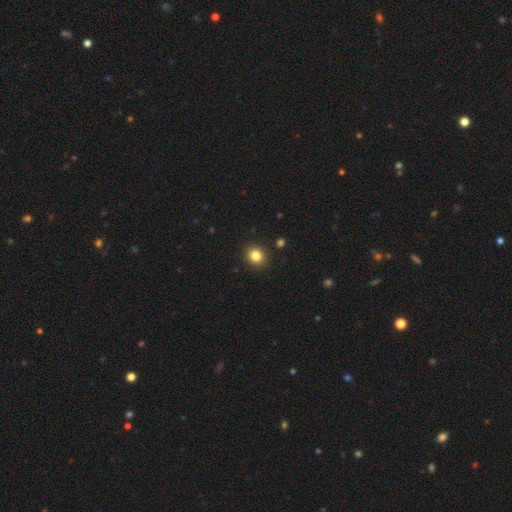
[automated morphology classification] Smooth or featured: smooth — 84% (star or artifact — 11%)
How rounded: round — 77% (in between — 22%)
Merging: none — 91% (minor disturbance — 6%)